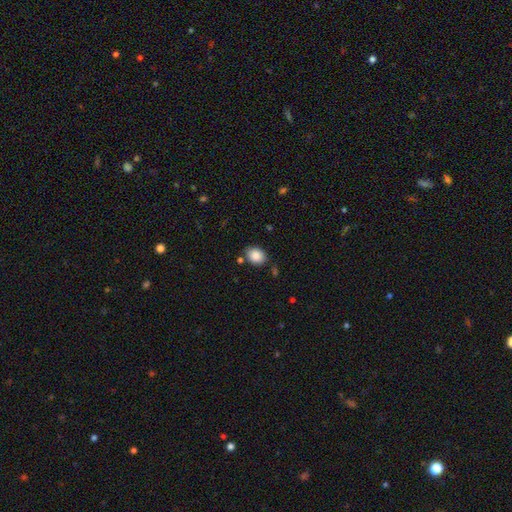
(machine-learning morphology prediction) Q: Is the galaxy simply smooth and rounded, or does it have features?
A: smooth — 87%.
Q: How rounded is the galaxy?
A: in between — 58%.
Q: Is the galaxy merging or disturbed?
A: none — 80%.